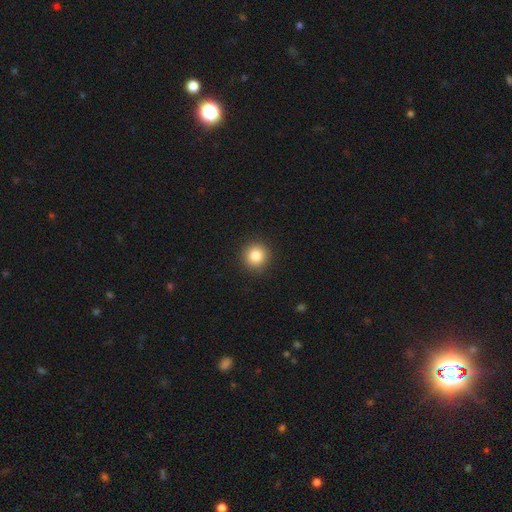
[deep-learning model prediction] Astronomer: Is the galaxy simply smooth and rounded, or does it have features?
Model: smooth — 84%.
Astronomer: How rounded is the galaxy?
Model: round — 94%.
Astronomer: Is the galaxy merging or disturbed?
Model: none — 92%.